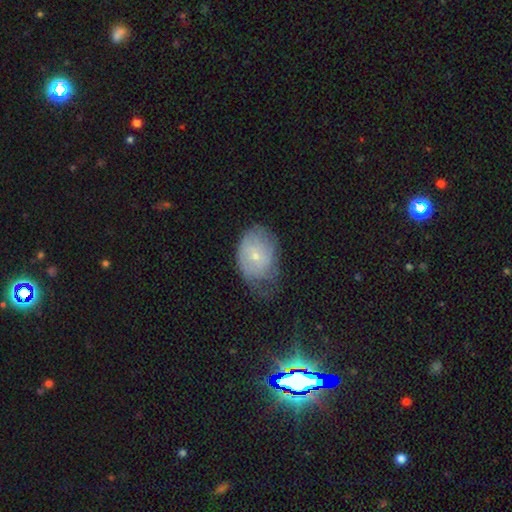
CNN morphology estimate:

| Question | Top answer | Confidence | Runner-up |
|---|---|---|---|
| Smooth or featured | smooth | 49% | featured or disk (42%) |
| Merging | none | 39% | minor disturbance (36%) |